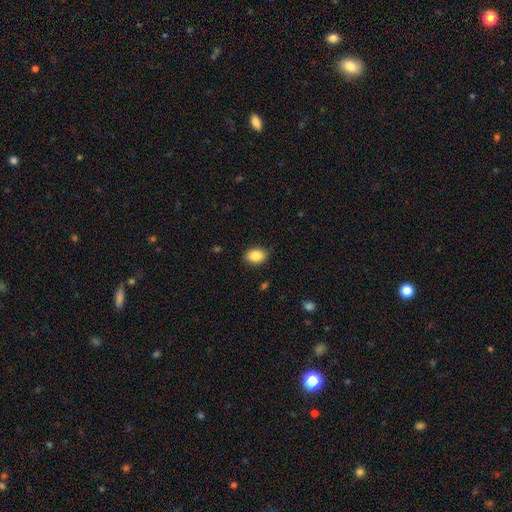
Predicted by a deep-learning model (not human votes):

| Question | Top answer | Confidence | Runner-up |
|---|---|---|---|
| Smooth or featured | smooth | 87% | star or artifact (8%) |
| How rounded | in between | 76% | round (23%) |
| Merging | none | 85% | minor disturbance (11%) |